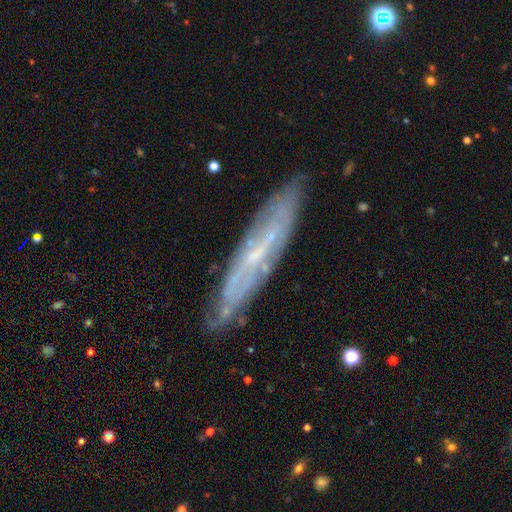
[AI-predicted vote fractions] Overall: featured or disk (70%). Edge-on disk: yes (52%; no 48%). Merging: none (81%).